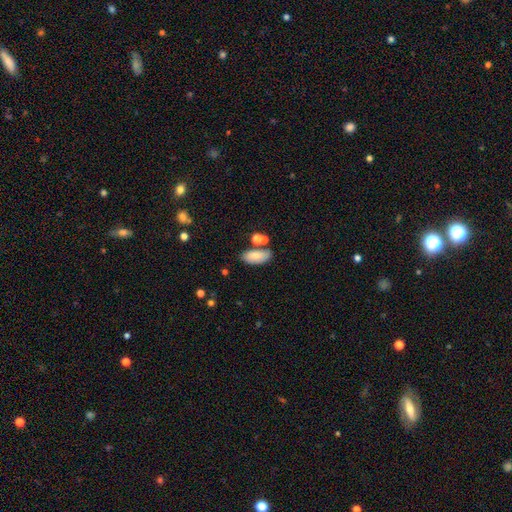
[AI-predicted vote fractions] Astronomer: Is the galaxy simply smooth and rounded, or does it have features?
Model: smooth — 79%.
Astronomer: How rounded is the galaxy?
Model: in between — 90%.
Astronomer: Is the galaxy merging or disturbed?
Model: none — 65%.